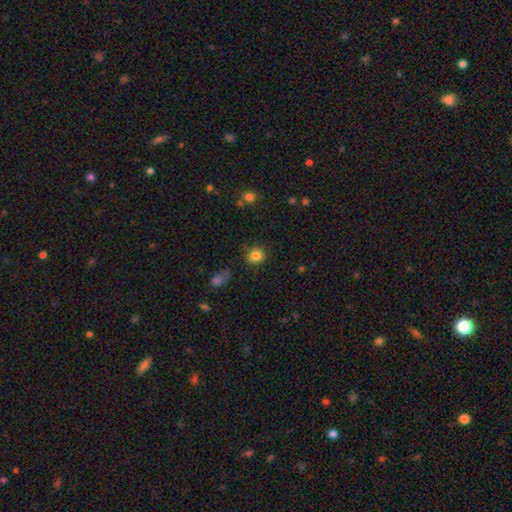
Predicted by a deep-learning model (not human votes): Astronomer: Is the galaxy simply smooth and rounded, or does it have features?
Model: smooth — 83%.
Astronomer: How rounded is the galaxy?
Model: round — 73%.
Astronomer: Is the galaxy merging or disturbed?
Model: none — 76%.